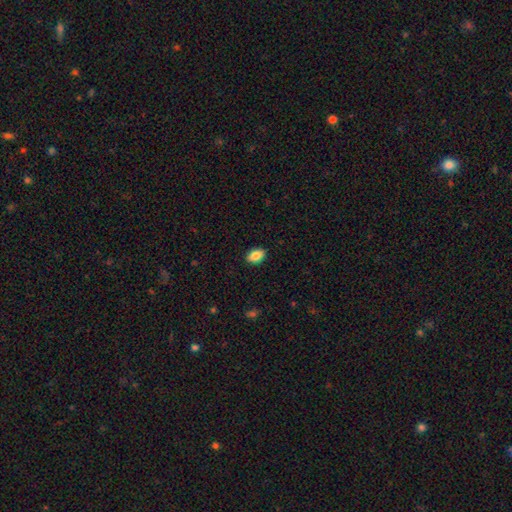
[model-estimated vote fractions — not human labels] Smooth or featured: smooth — 86% (star or artifact — 7%)
How rounded: in between — 89% (round — 10%)
Merging: none — 89% (minor disturbance — 8%)